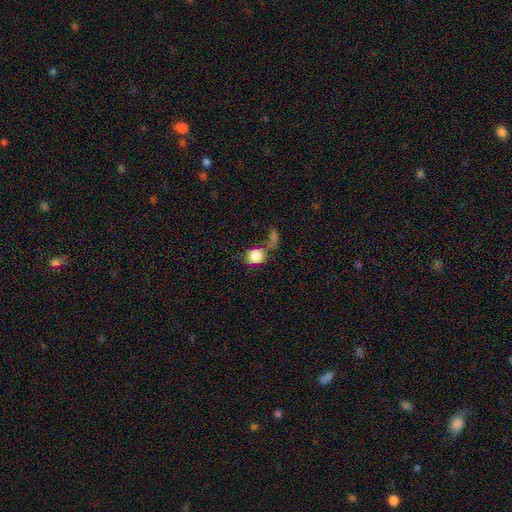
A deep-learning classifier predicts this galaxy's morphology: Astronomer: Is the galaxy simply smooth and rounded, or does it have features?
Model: smooth — 80%.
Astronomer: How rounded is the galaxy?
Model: round — 62%.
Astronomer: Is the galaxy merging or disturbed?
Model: none — 36% (runner-up: merger, 27%).